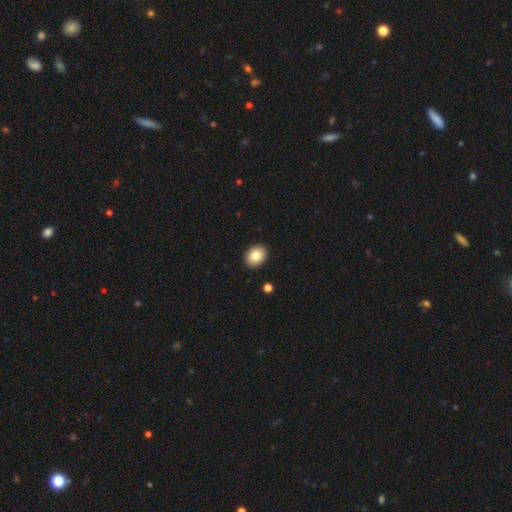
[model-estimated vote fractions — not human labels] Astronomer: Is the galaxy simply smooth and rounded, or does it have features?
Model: smooth — 83%.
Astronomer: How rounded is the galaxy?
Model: in between — 59% (runner-up: round, 40%).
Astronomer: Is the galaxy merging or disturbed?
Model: none — 91%.